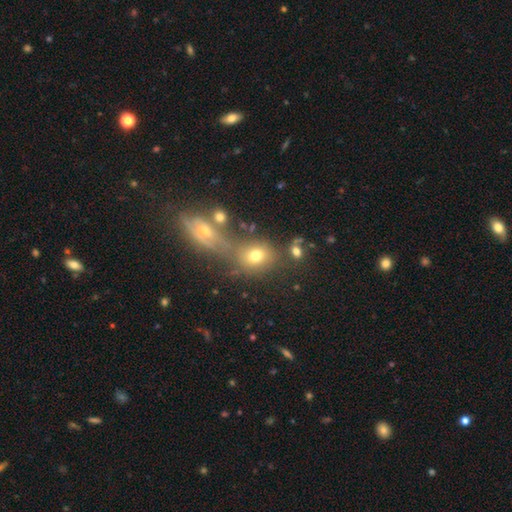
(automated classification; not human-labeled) smooth 69%, featured or disk 16%, star or artifact 15%. Down the decision tree: how rounded — round (55%); merging — none (51%).